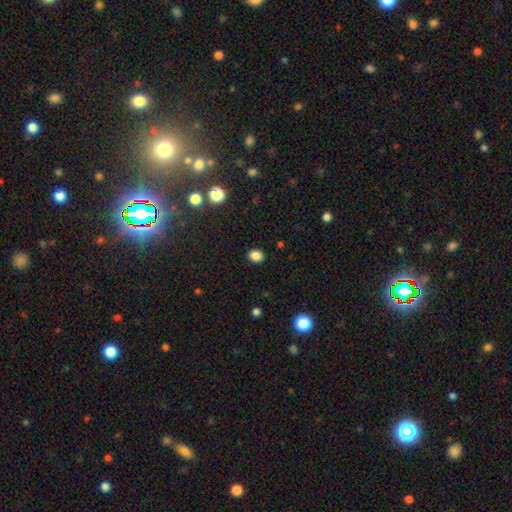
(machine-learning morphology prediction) This is clearly a smooth galaxy (85%). How rounded: possibly round (52%). Merging: clearly none (90%).